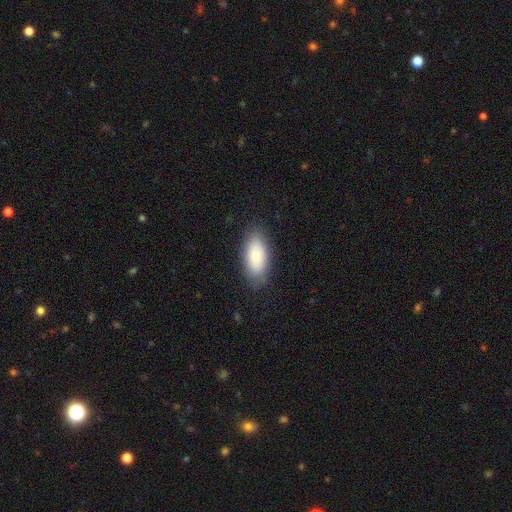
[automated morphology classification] smooth_or_featured: smooth (p=0.85) [alt: featured or disk p=0.09]
how_rounded: in between (p=0.90) [alt: cigar-shaped p=0.08]
merging: none (p=0.85) [alt: minor disturbance p=0.11]